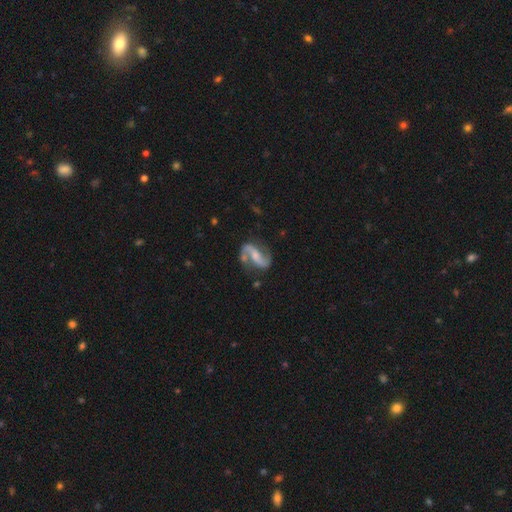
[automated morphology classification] Smooth or featured? featured or disk (90%)
Edge-on disk? no (98%)
Bar? weak (38%)
Spiral arms? yes (97%)
Spiral winding? loose (47%)
Spiral arm count? 2 (94%)
Bulge size? small (39%, tied with moderate)
Merging? none (74%)